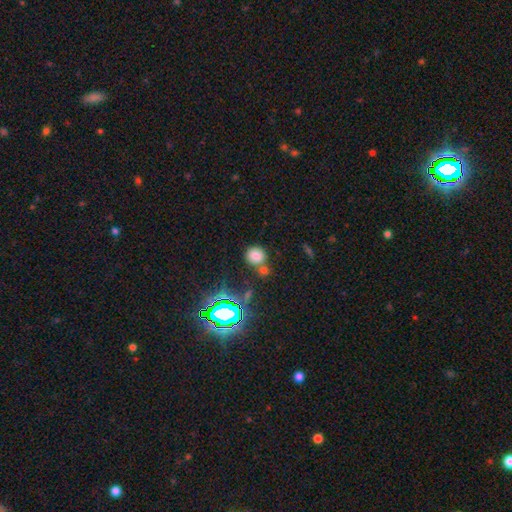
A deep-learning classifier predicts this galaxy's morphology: smooth_or_featured: smooth (p=0.73) [alt: star or artifact p=0.20]
how_rounded: round (p=0.79) [alt: in between p=0.20]
merging: none (p=0.62) [alt: merger p=0.23]